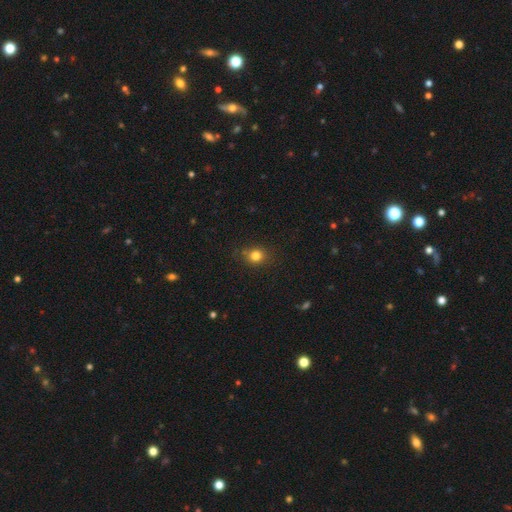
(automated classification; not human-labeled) smooth-or-featured: smooth: 81% | star or artifact: 13% | featured or disk: 6%
  how-rounded: round: 75% | in between: 24% | cigar-shaped: 1%
  merging: none: 81% | minor disturbance: 14% | major disturbance: 3% | merger: 2%